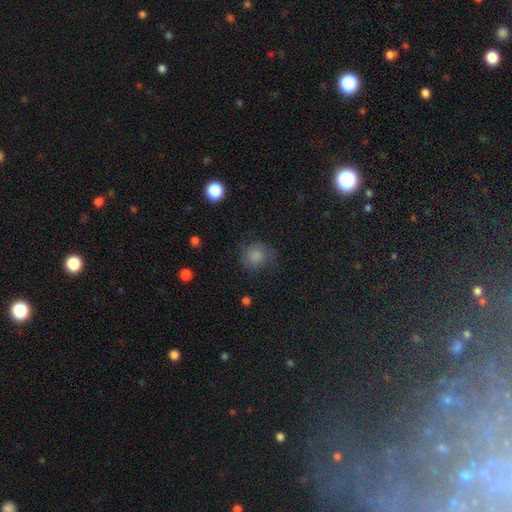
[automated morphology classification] The model was most divided on "merging": none: 68%, minor disturbance: 20%, major disturbance: 10%, merger: 1%. More confident: how rounded — round (86%); smooth or featured — smooth (78%).